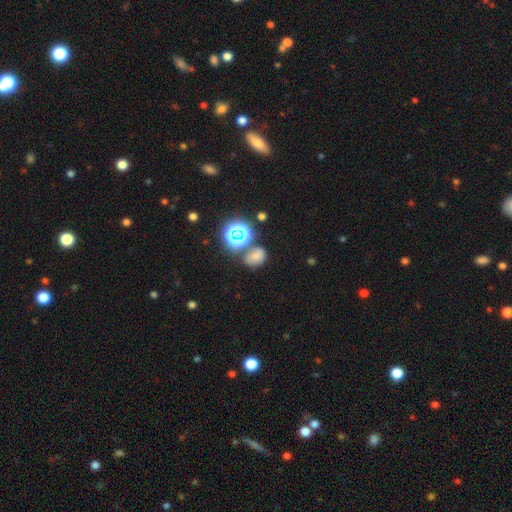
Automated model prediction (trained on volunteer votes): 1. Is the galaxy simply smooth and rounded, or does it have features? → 58% smooth, 28% star or artifact, 14% featured or disk.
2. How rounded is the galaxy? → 55% in between, 44% round, 1% cigar-shaped.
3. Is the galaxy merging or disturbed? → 58% none, 19% minor disturbance, 15% merger, 8% major disturbance.